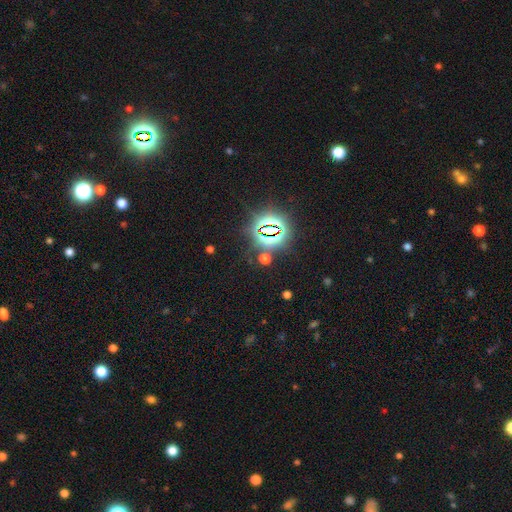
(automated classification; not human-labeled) Overall: star or artifact (83%).